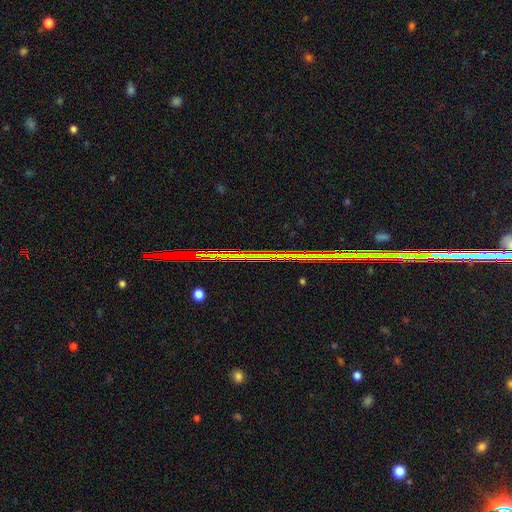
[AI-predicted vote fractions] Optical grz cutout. It shows a star or artifact, not a galaxy (81%).